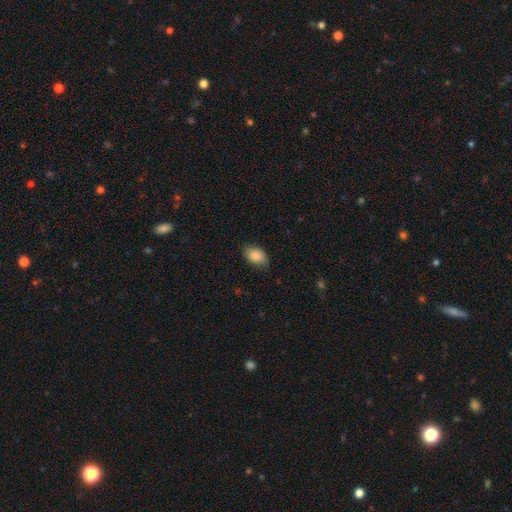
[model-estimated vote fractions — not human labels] A smooth galaxy with no disk features (86%) that is in between round and cigar-shaped (88%).

Vote fractions:
- Smooth or featured? smooth: 86% / star or artifact: 7% / featured or disk: 7%
- How rounded? in between: 88% / round: 11% / cigar-shaped: 1%
- Merging? none: 81% / minor disturbance: 15% / major disturbance: 3% / merger: 1%